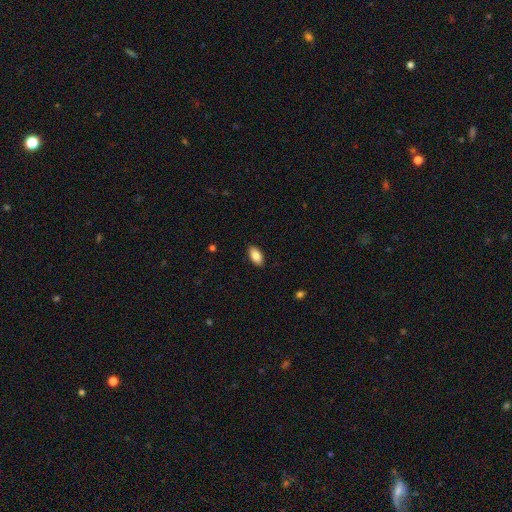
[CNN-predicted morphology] Smooth or featured? smooth (86%)
How rounded? in between (93%)
Merging? none (89%)